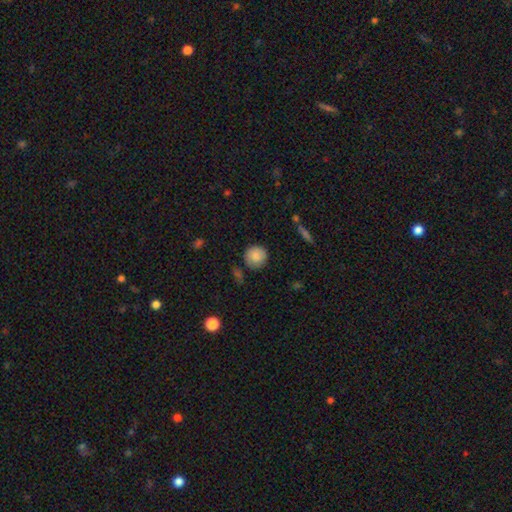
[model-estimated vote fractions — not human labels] The model was most divided on "merging": none: 83%, minor disturbance: 12%, major disturbance: 3%, merger: 3%. More confident: how rounded — round (93%); smooth or featured — smooth (84%).